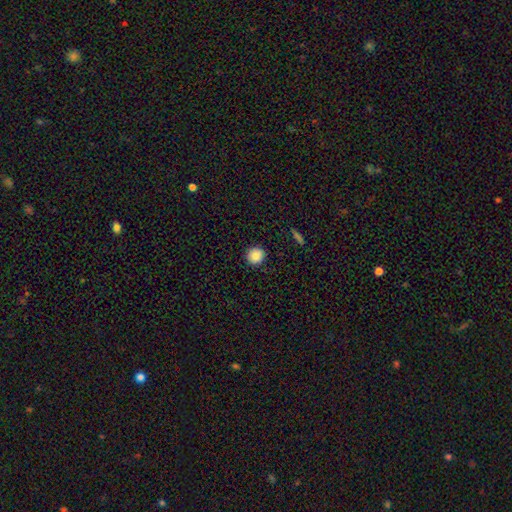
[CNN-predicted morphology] Smooth or featured? Predicted: smooth (p=0.88). How rounded? Predicted: round (p=0.92). Merging? Predicted: none (p=0.91).